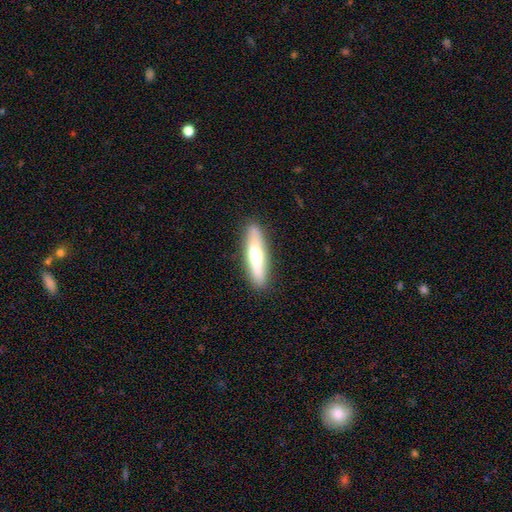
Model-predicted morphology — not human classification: Smooth or featured? Predicted: smooth (p=0.57). How rounded? Predicted: cigar-shaped (p=0.73). Merging? Predicted: none (p=0.88).